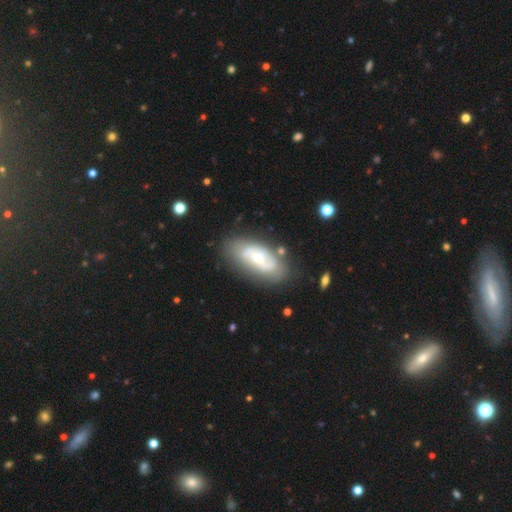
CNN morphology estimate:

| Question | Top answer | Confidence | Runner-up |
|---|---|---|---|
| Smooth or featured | featured or disk | 65% | smooth (27%) |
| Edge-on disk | no | 90% | yes (10%) |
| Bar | no | 62% | weak (29%) |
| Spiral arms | yes | 67% | no (33%) |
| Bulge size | small | 50% | moderate (44%) |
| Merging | none | 75% | minor disturbance (16%) |